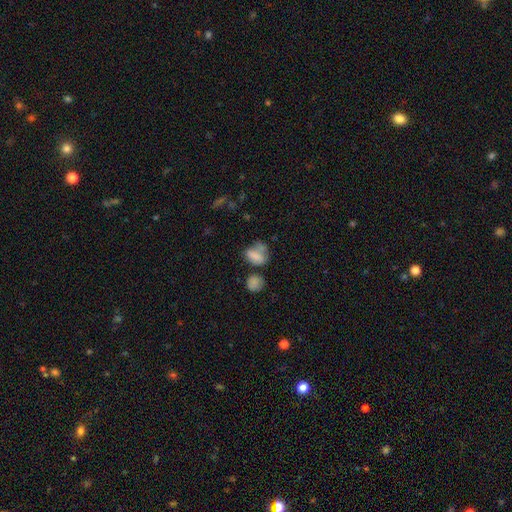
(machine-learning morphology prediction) Q: Smooth or featured?
A: smooth (75%); runner-up: featured or disk (14%)
Q: How rounded?
A: in between (73%); runner-up: round (24%)
Q: Merging?
A: none (40%); runner-up: minor disturbance (24%)